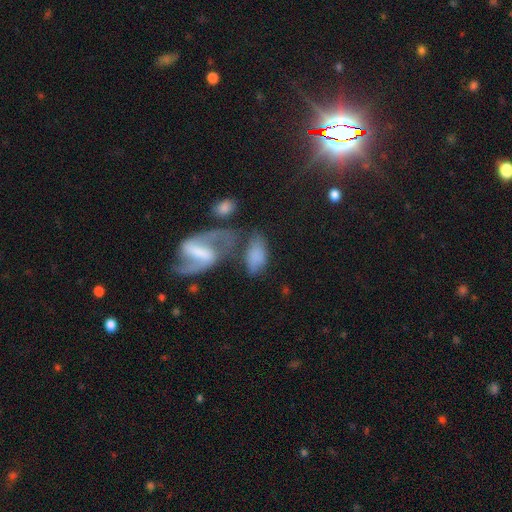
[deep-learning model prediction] smooth_or_featured: smooth (p=0.60) [alt: featured or disk p=0.31]
how_rounded: in between (p=0.90) [alt: round p=0.05]
merging: none (p=0.35) [alt: merger p=0.29]